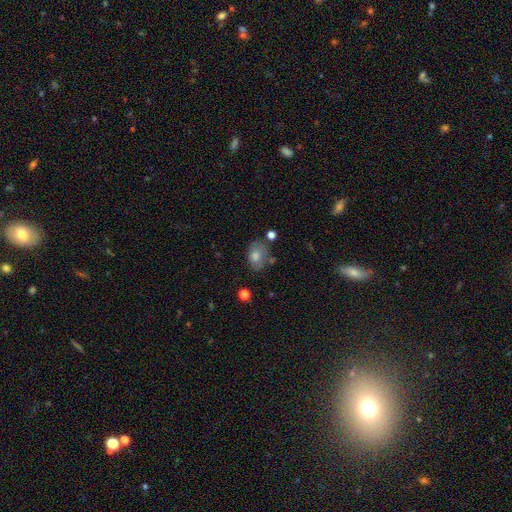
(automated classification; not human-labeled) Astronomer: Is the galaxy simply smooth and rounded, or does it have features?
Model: smooth — 63%.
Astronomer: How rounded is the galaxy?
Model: in between — 70%.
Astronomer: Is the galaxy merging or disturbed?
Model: none — 64%.